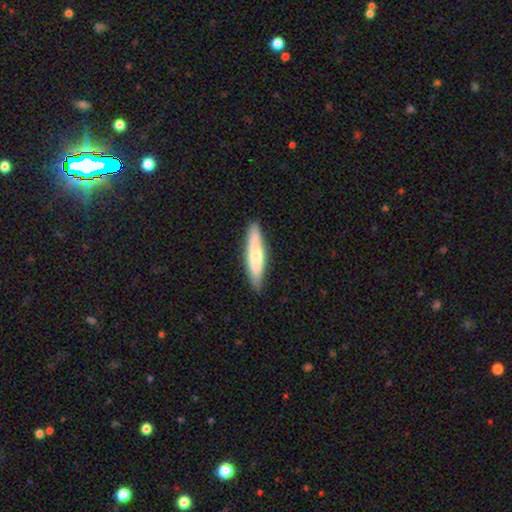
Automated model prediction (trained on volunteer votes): Smooth or featured?
  - smooth: 62% *
  - featured or disk: 32%
  - star or artifact: 5%
How rounded?
  - cigar-shaped: 81% *
  - in between: 18%
  - round: 1%
Merging?
  - none: 86% *
  - minor disturbance: 11%
  - major disturbance: 2%
  - merger: 1%